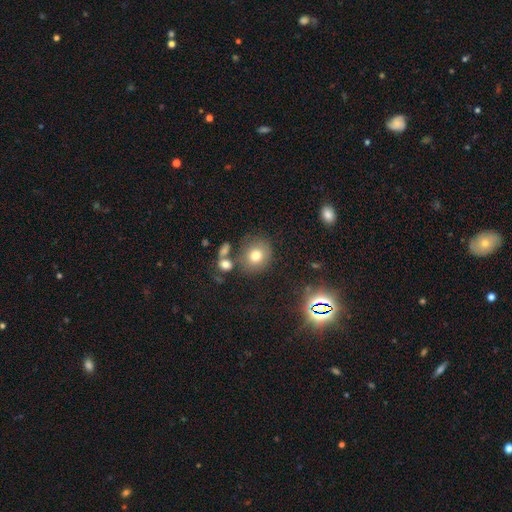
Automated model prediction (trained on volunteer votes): Morphology: type=smooth (76%); roundness=round (79%); merging=none (71%).